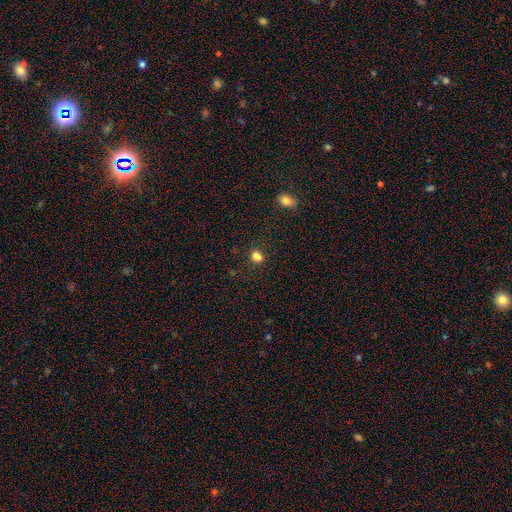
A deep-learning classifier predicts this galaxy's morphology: smooth 76%, star or artifact 18%, featured or disk 6%. Down the decision tree: how rounded — round (50%); merging — none (65%).